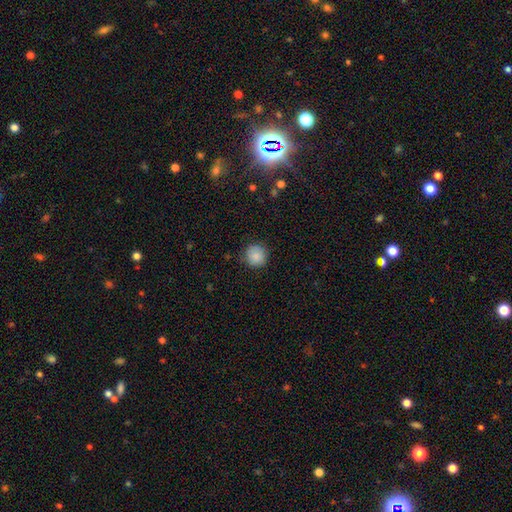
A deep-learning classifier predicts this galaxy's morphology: Smooth or featured? Predicted: smooth (p=0.86). How rounded? Predicted: round (p=0.93). Merging? Predicted: none (p=0.84).